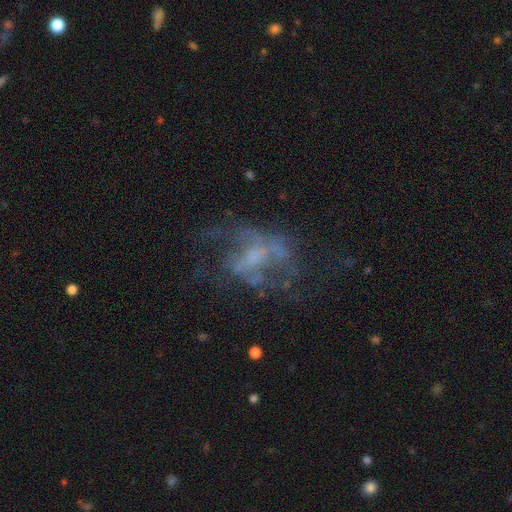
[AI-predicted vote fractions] This is likely a featured or disk galaxy (69%). It is clearly not viewed edge-on (96%). Bar: likely no (64%). Spiral arm pattern: possibly no (58%). Central bulge: marginally none (42%). Merging: marginally none (41%).